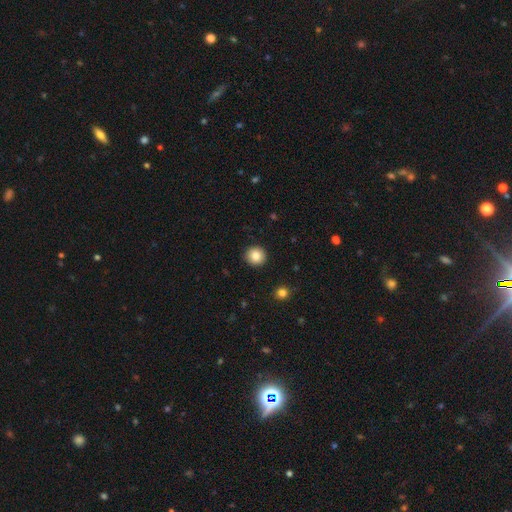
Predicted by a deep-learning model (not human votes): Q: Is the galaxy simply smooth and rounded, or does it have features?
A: smooth — 85%.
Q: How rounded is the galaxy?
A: round — 92%.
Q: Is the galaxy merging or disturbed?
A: none — 92%.